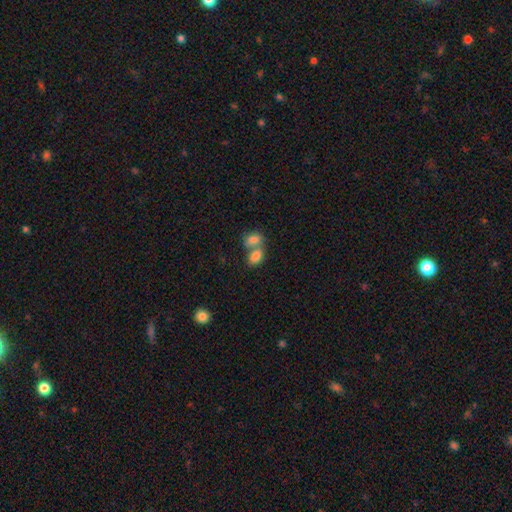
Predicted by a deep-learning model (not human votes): This appears to be a smooth galaxy with no disk features (82%) that is in between round and cigar-shaped (80%). Merging: merger (61%).